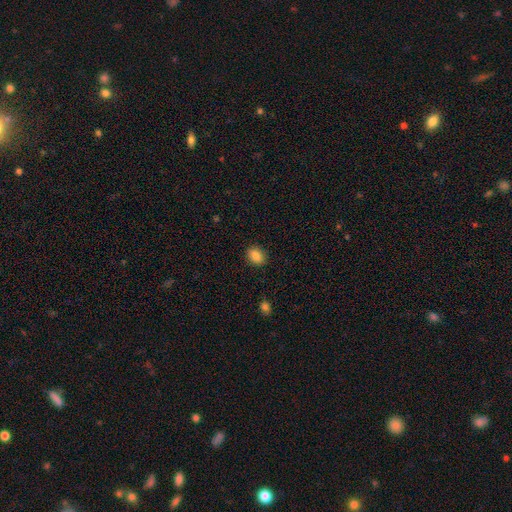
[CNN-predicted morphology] This is clearly a smooth galaxy (86%). How rounded: likely in between (67%). Merging: clearly none (89%).